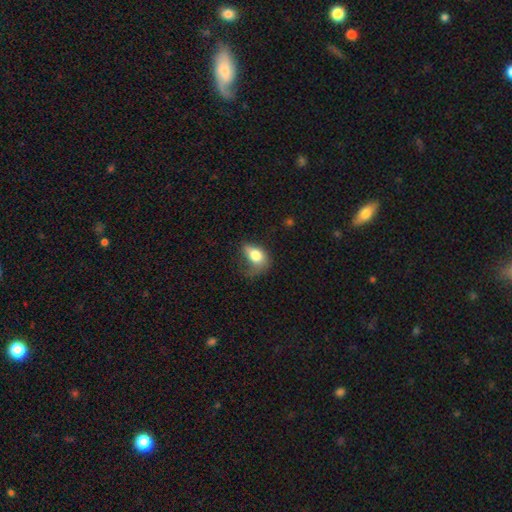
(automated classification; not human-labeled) Smooth or featured? Predicted: smooth (p=0.75). How rounded? Predicted: in between (p=0.79). Merging? Predicted: major disturbance (p=0.41).